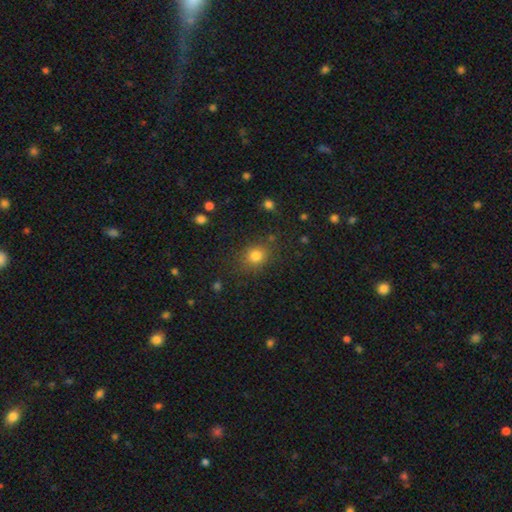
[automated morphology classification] smooth 81%, star or artifact 13%, featured or disk 6%. Down the decision tree: how rounded — round (72%); merging — none (81%).